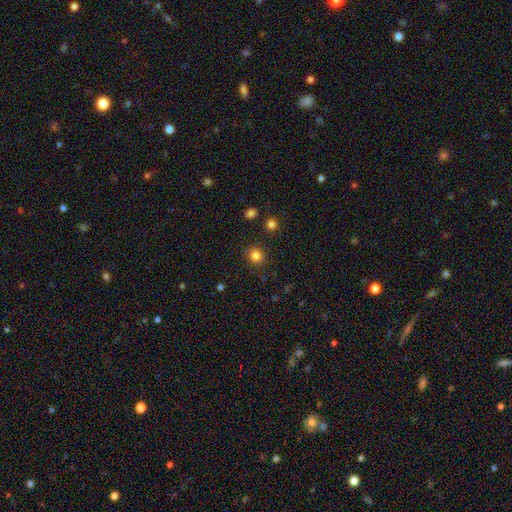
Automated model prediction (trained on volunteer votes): Smooth or featured? Predicted: smooth (p=0.83). How rounded? Predicted: round (p=0.88). Merging? Predicted: none (p=0.88).